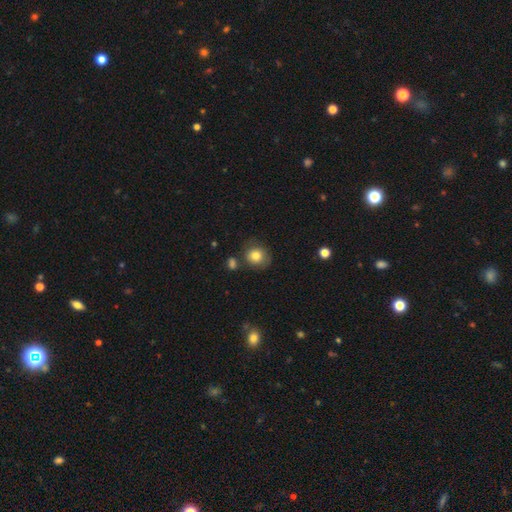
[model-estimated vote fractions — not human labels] Smooth or featured? Predicted: smooth (p=0.80). How rounded? Predicted: round (p=0.80). Merging? Predicted: none (p=0.70).